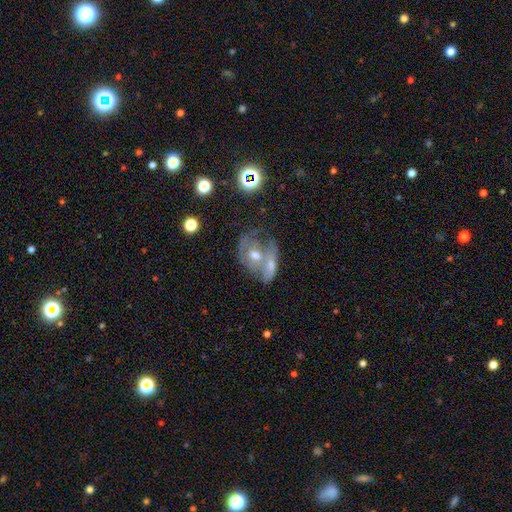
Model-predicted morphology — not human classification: This appears to be a featured or disk galaxy (55%) with no bar (77%), no spiral arms (55%) and a moderate central bulge (69%). Merging: merger (58%).